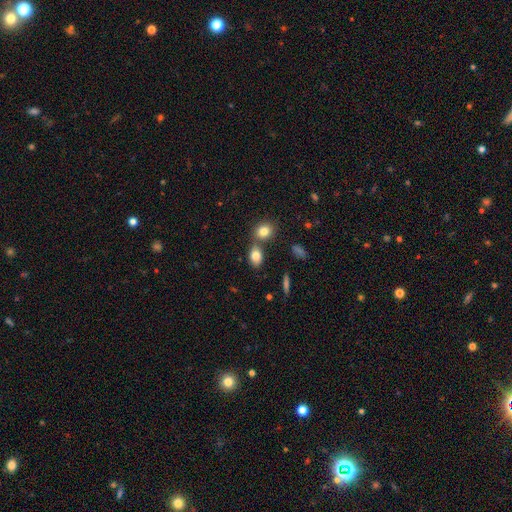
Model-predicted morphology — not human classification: This appears to be a smooth galaxy with no disk features (82%) that is in between round and cigar-shaped (76%). Merging: none (57%).